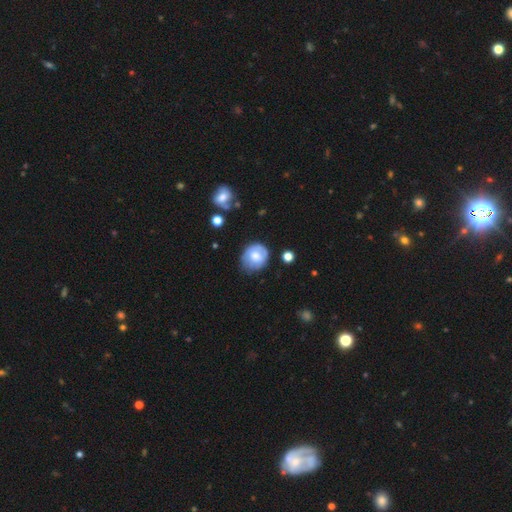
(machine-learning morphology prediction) smooth 58%, featured or disk 35%, star or artifact 7%. Down the decision tree: how rounded — round (73%); merging — none (64%).